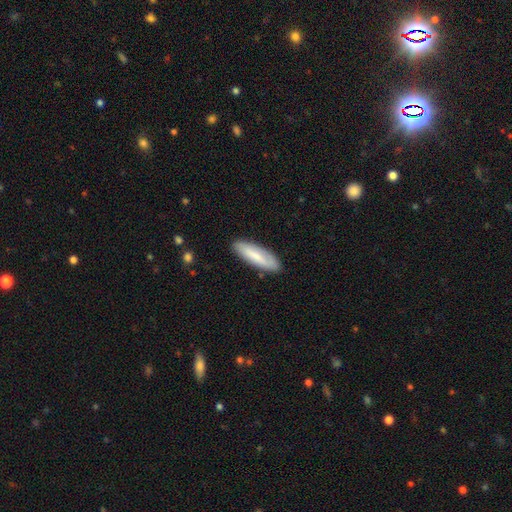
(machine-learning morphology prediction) Smooth or featured? smooth (74%)
How rounded? cigar-shaped (58%)
Merging? none (86%)